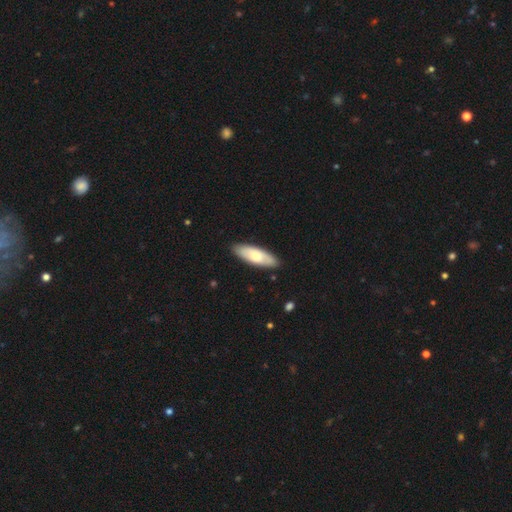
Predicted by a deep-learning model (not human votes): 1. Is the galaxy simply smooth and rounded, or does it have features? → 66% smooth, 29% featured or disk, 5% star or artifact.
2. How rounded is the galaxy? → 65% in between, 33% cigar-shaped, 2% round.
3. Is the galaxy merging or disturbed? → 88% none, 9% minor disturbance, 2% major disturbance, 1% merger.